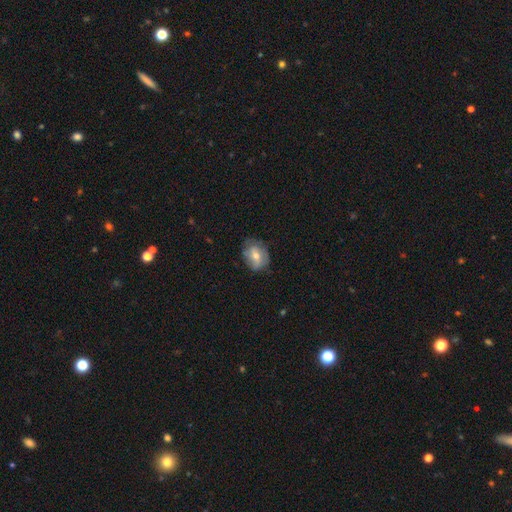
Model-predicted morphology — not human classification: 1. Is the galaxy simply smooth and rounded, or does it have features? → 52% smooth, 40% featured or disk, 8% star or artifact.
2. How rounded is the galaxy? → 65% in between, 34% round, 1% cigar-shaped.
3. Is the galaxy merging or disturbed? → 67% none, 25% minor disturbance, 7% major disturbance, 1% merger.